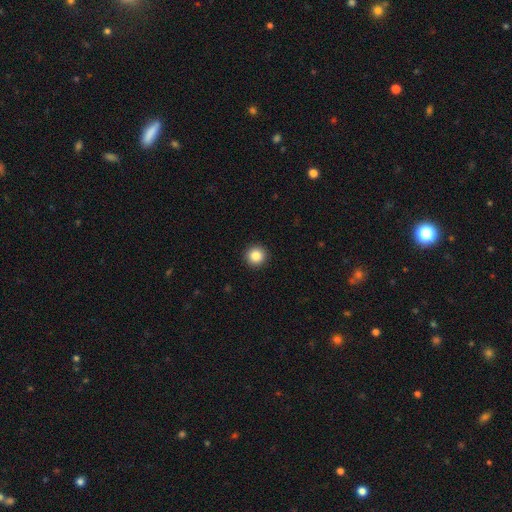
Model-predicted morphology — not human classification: Smooth or featured? Predicted: smooth (p=0.86). How rounded? Predicted: round (p=0.95). Merging? Predicted: none (p=0.93).